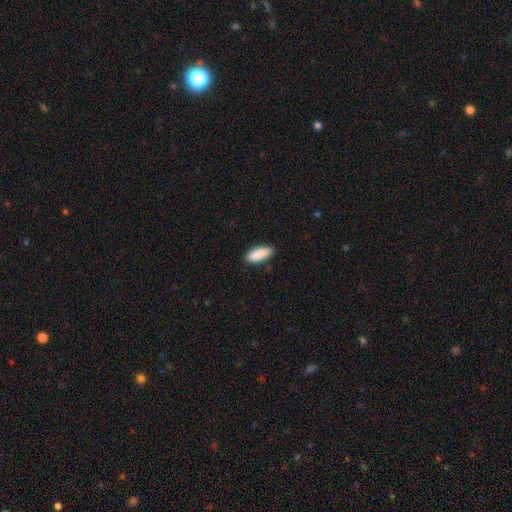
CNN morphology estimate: smooth 90%, star or artifact 6%, featured or disk 4%. Down the decision tree: how rounded — in between (68%); merging — none (87%).